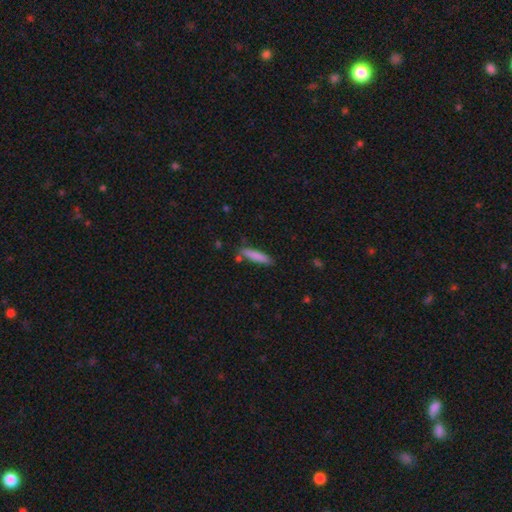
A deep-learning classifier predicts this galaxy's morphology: Smooth or featured?
  - smooth: 83% *
  - featured or disk: 11%
  - star or artifact: 6%
How rounded?
  - cigar-shaped: 85% *
  - in between: 13%
  - round: 1%
Merging?
  - none: 80% *
  - minor disturbance: 13%
  - merger: 5%
  - major disturbance: 2%